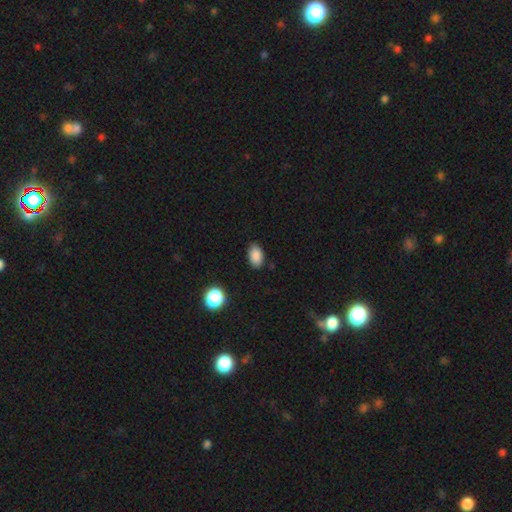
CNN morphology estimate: smooth_or_featured: smooth (p=0.87) [alt: star or artifact p=0.09]
how_rounded: in between (p=0.89) [alt: round p=0.09]
merging: none (p=0.86) [alt: minor disturbance p=0.11]